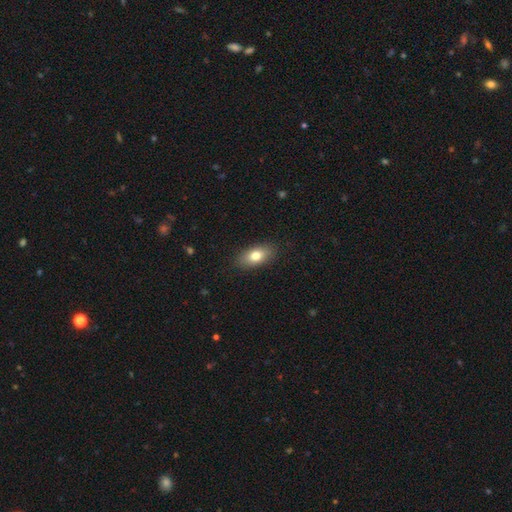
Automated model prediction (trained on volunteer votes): Smooth or featured?
  - smooth: 78% *
  - featured or disk: 15%
  - star or artifact: 7%
How rounded?
  - in between: 87% *
  - round: 7%
  - cigar-shaped: 6%
Merging?
  - none: 87% *
  - minor disturbance: 10%
  - major disturbance: 2%
  - merger: 1%